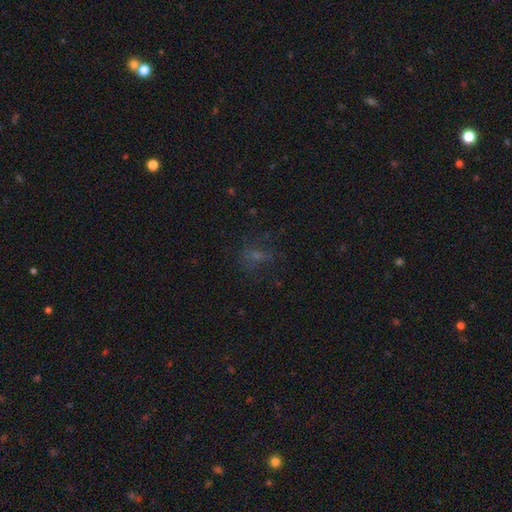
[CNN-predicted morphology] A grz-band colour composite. It shows a smooth galaxy with no disk features (46%). Merging: none (59%).